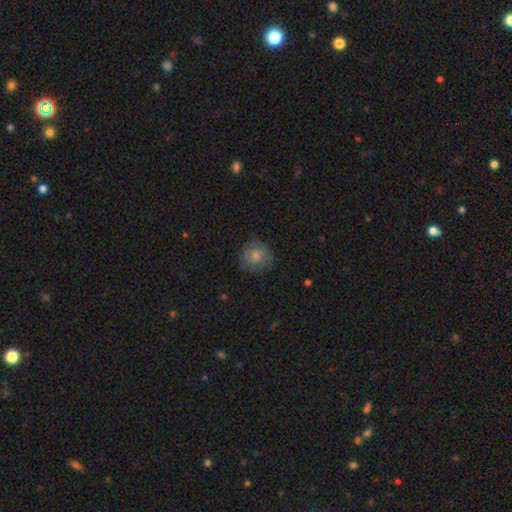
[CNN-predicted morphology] Smooth or featured? smooth (80%)
How rounded? round (90%)
Merging? none (77%)